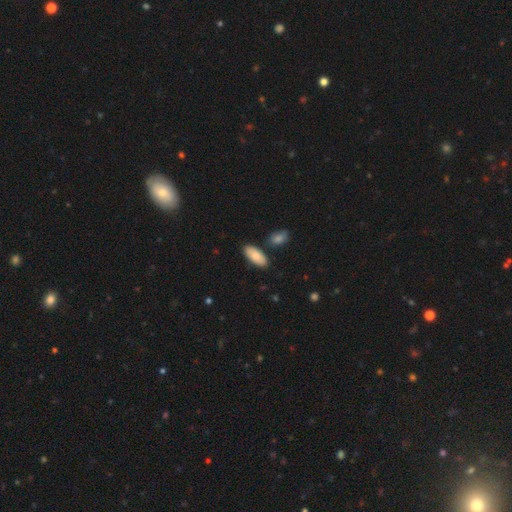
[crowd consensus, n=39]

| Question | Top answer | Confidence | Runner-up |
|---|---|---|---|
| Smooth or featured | smooth | 79% | featured or disk (15%) |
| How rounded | in between | 94% | cigar-shaped (6%) |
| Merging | none | 89% | minor disturbance (8%) |